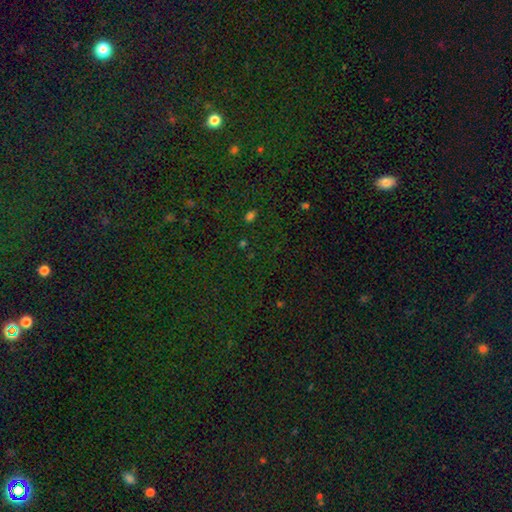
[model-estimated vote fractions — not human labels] The model was most divided on "smooth or featured": star or artifact: 76%, smooth: 16%, featured or disk: 8%.